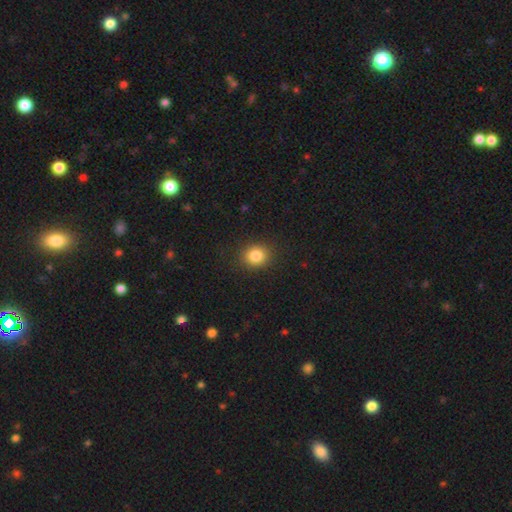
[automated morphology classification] Overall: smooth (84%). How rounded: round (76%). Merging: none (89%).